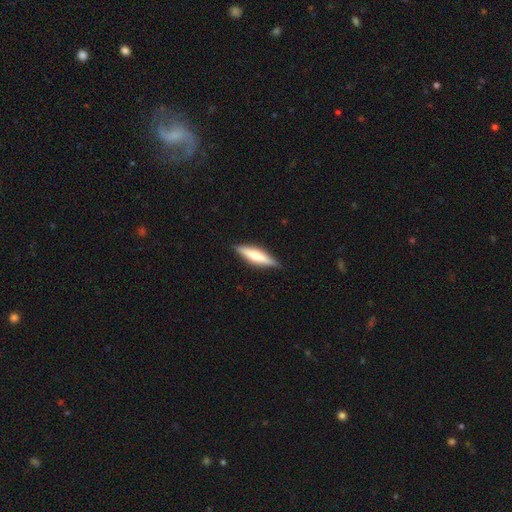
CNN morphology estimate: Overall: featured or disk (49%; smooth 46%). Merging: none (89%).